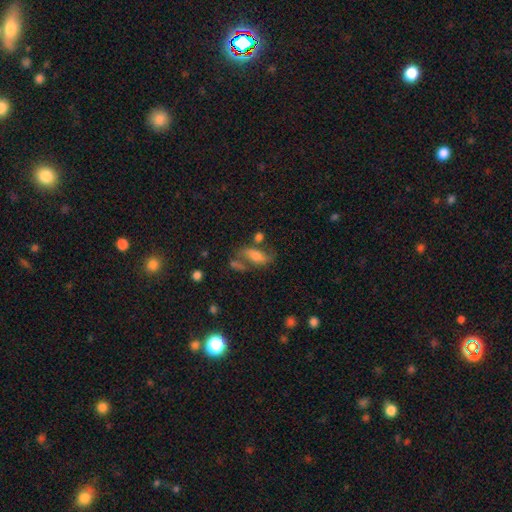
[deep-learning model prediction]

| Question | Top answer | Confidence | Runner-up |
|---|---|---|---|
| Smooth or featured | smooth | 45% | featured or disk (43%) |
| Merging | none | 46% | minor disturbance (19%) |